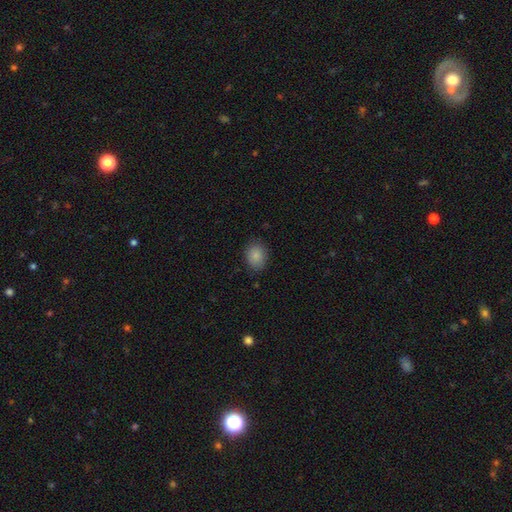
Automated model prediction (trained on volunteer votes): Smooth or featured: smooth — 86% (star or artifact — 8%)
How rounded: in between — 51% (round — 48%)
Merging: none — 83% (minor disturbance — 13%)